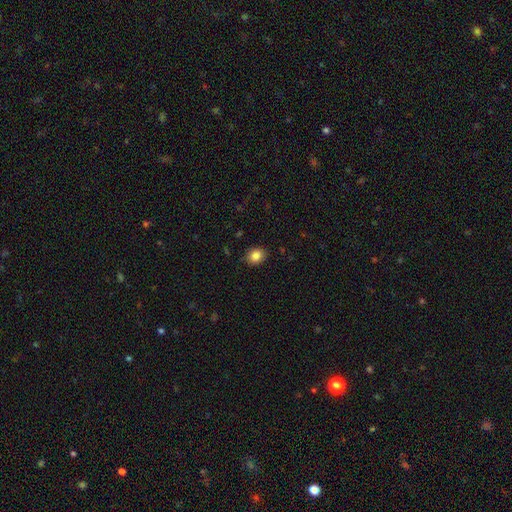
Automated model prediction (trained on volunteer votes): Smooth or featured: smooth — 85% (star or artifact — 9%)
How rounded: round — 59% (in between — 40%)
Merging: none — 86% (minor disturbance — 10%)